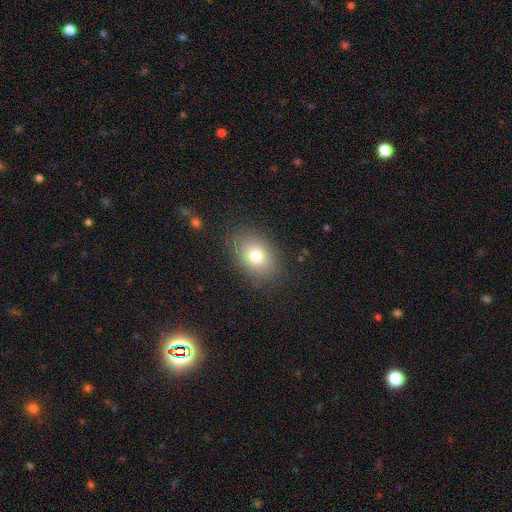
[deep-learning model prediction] Q: Smooth or featured?
A: smooth (76%); runner-up: featured or disk (13%)
Q: How rounded?
A: in between (72%); runner-up: round (27%)
Q: Merging?
A: none (84%); runner-up: minor disturbance (11%)